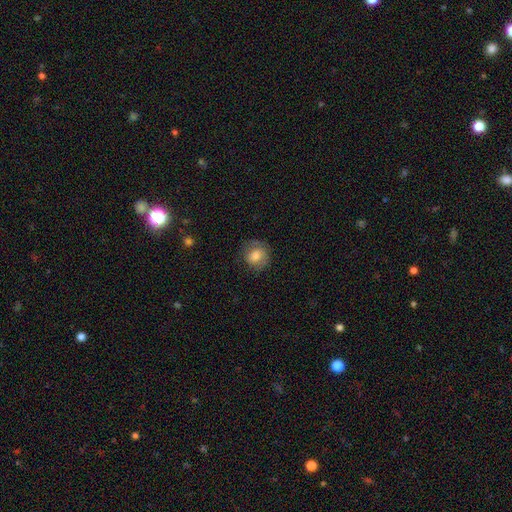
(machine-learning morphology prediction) smooth-or-featured: smooth: 68% | featured or disk: 23% | star or artifact: 9%
  how-rounded: round: 76% | in between: 23% | cigar-shaped: 1%
  merging: none: 71% | minor disturbance: 19% | major disturbance: 9% | merger: 1%